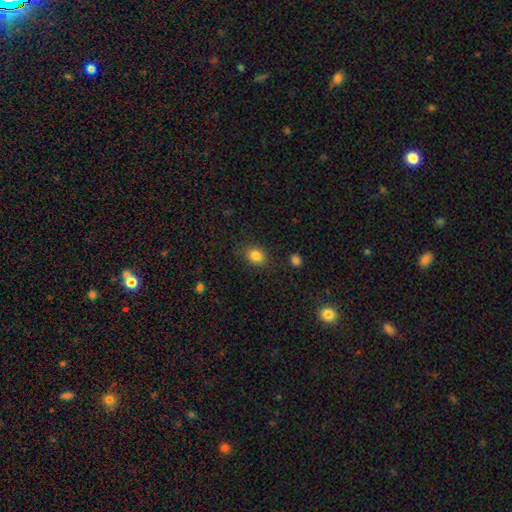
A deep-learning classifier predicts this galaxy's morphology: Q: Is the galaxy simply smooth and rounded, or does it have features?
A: smooth — 85%.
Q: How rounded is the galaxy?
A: round — 57%.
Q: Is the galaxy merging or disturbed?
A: none — 84%.